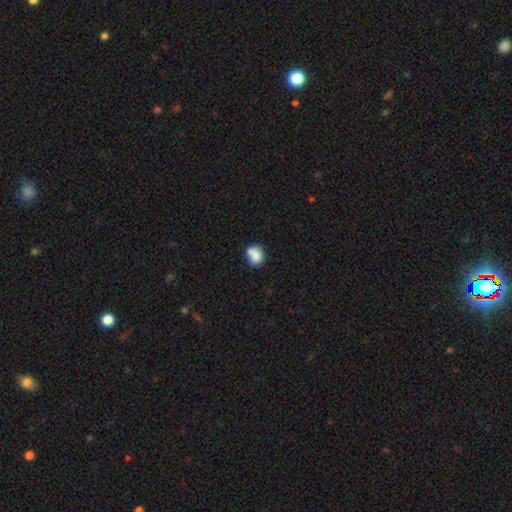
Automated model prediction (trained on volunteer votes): A smooth galaxy with no disk features (80%) that is round (57%).

Vote fractions:
- Smooth or featured? smooth: 80% / featured or disk: 11% / star or artifact: 9%
- How rounded? round: 57% / in between: 42% / cigar-shaped: 1%
- Merging? none: 48% / merger: 28% / minor disturbance: 18% / major disturbance: 6%